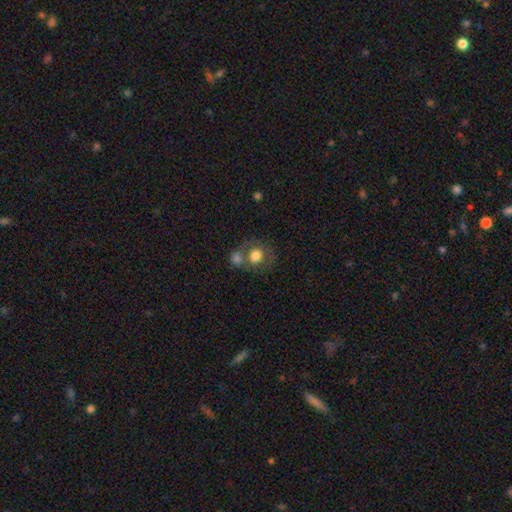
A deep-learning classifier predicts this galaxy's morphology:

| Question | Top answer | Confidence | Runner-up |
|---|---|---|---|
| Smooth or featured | smooth | 72% | featured or disk (19%) |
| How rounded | round | 78% | in between (21%) |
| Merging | none | 44% | merger (38%) |